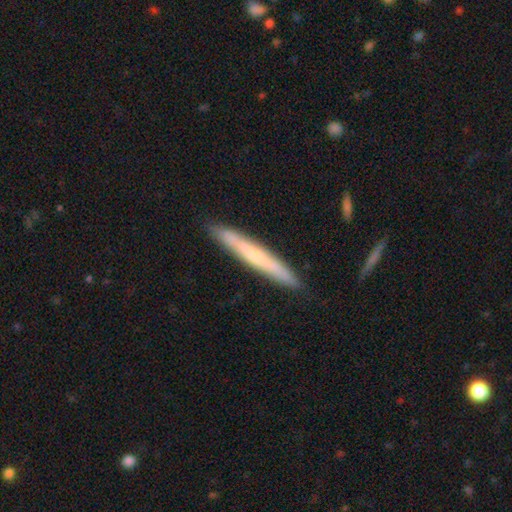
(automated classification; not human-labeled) The model was most divided on "smooth or featured": smooth: 51%, featured or disk: 44%, star or artifact: 6%. More confident: how rounded — cigar-shaped (96%); merging — none (88%).